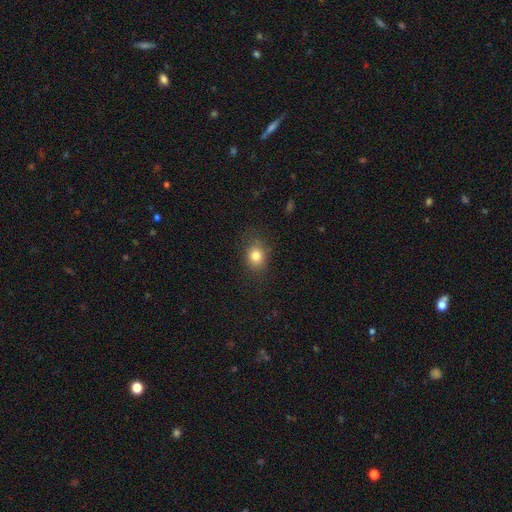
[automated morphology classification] This is clearly a smooth galaxy (81%). How rounded: possibly round (55%). Merging: likely none (80%).